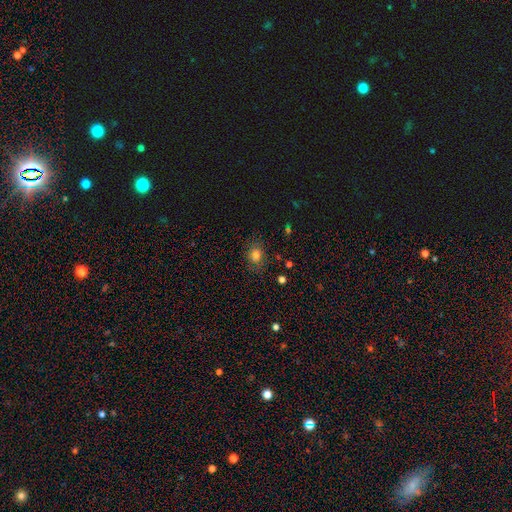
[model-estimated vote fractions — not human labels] Q: Smooth or featured?
A: smooth (76%); runner-up: star or artifact (14%)
Q: How rounded?
A: round (57%); runner-up: in between (42%)
Q: Merging?
A: none (77%); runner-up: minor disturbance (16%)